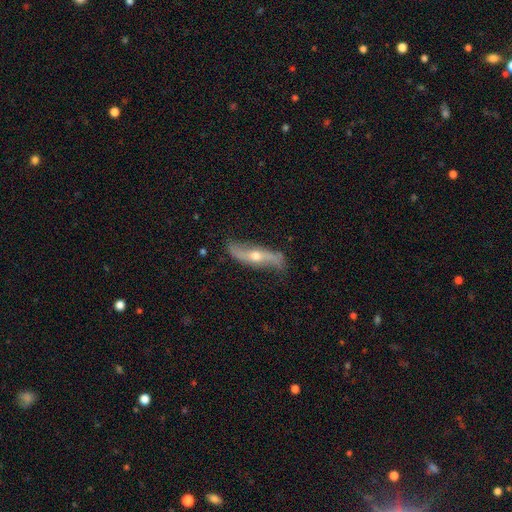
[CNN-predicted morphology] Overall: featured or disk (82%). Edge-on disk: no (70%). Bar: no (55%; weak 24%). Spiral arms: yes (90%). Spiral arm count: 2 (92%). Spiral winding: loose (84%). Bulge size: moderate (61%; small 34%). Merging: none (77%).